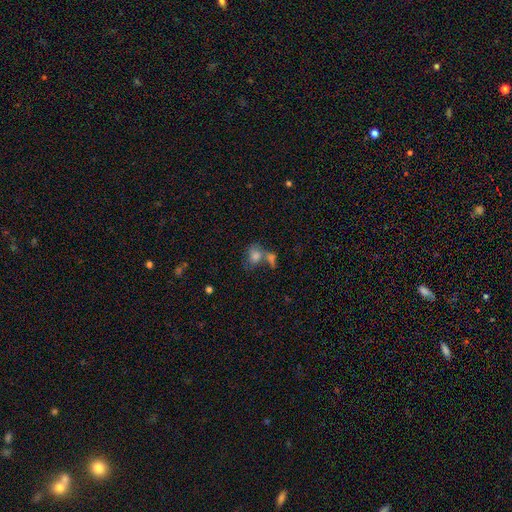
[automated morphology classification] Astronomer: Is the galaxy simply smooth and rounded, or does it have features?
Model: smooth — 67%.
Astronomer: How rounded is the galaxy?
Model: in between — 62%.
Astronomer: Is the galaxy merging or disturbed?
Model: merger — 42% (runner-up: none, 30%).